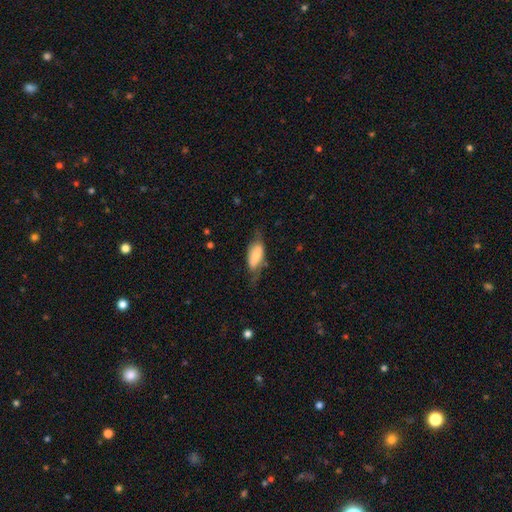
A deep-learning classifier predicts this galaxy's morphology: Smooth or featured? smooth (60%)
How rounded? in between (82%)
Merging? none (48%)